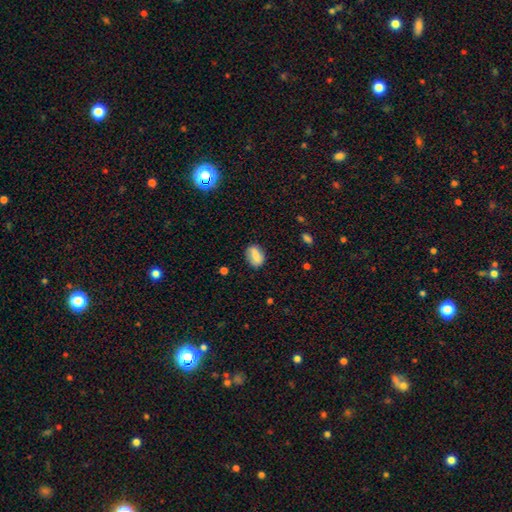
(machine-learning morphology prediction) Overall: smooth (77%). How rounded: in between (75%). Merging: none (75%).